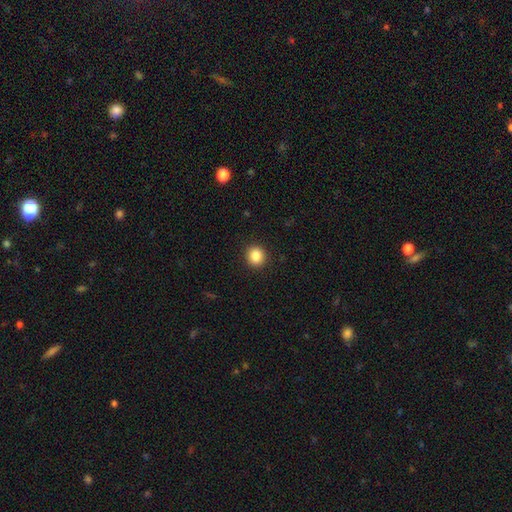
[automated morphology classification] Overall: smooth (86%). How rounded: round (85%). Merging: none (92%).